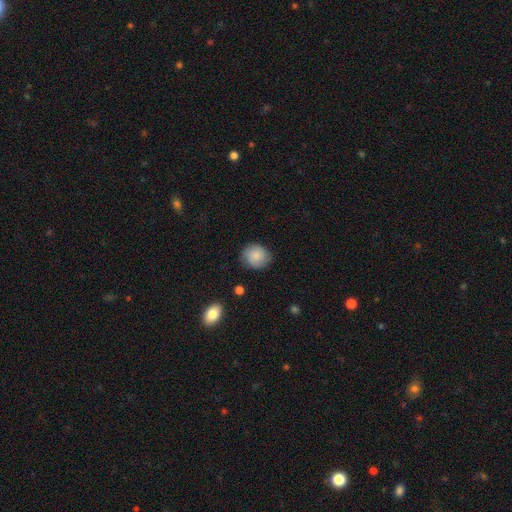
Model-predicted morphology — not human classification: smooth_or_featured: smooth (p=0.78) [alt: featured or disk p=0.15]
how_rounded: round (p=0.82) [alt: in between p=0.17]
merging: none (p=0.81) [alt: minor disturbance p=0.14]